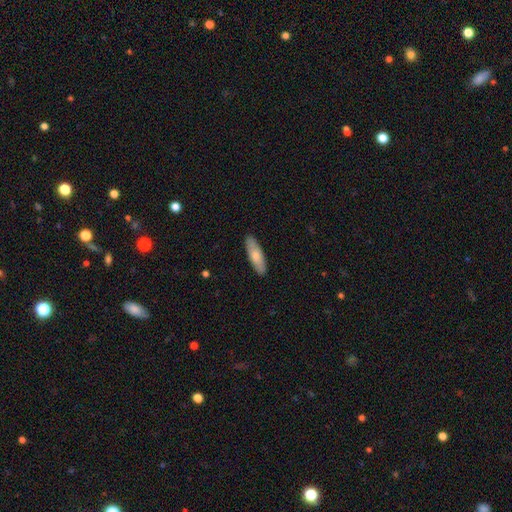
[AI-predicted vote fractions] smooth 75%, featured or disk 19%, star or artifact 5%. Down the decision tree: how rounded — cigar-shaped (52%); merging — none (89%).